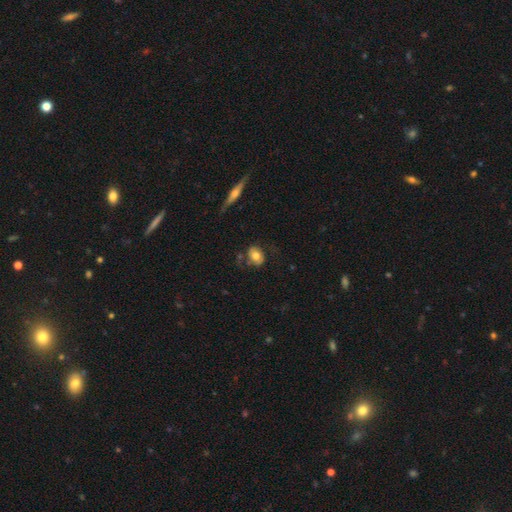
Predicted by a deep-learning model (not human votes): Smooth or featured: smooth — 67% (featured or disk — 25%)
How rounded: in between — 67% (round — 31%)
Merging: none — 64% (minor disturbance — 20%)